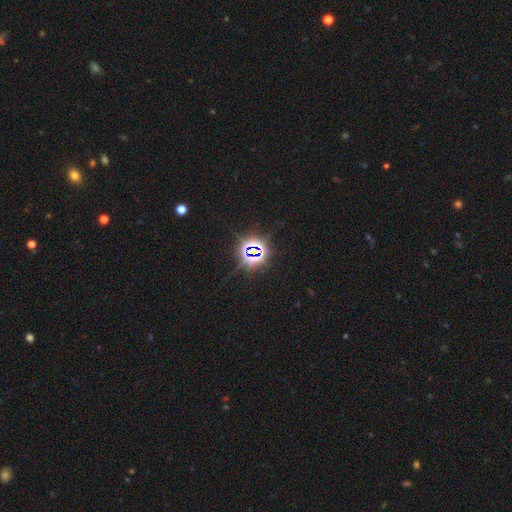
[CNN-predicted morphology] smooth_or_featured: star or artifact (p=0.79) [alt: smooth p=0.13]